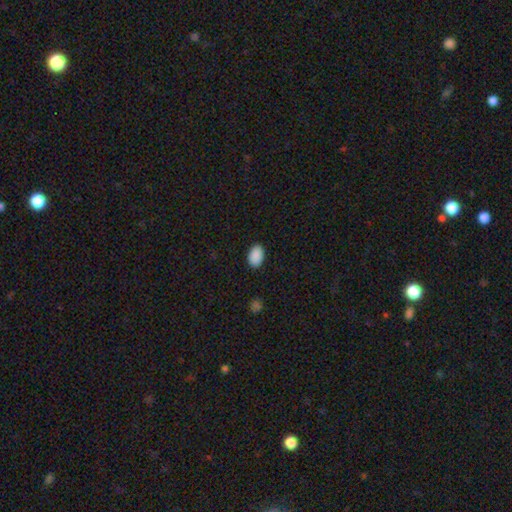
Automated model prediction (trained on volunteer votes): The model was most divided on "merging": none: 89%, minor disturbance: 8%, major disturbance: 2%, merger: 1%. More confident: how rounded — in between (91%); smooth or featured — smooth (90%).